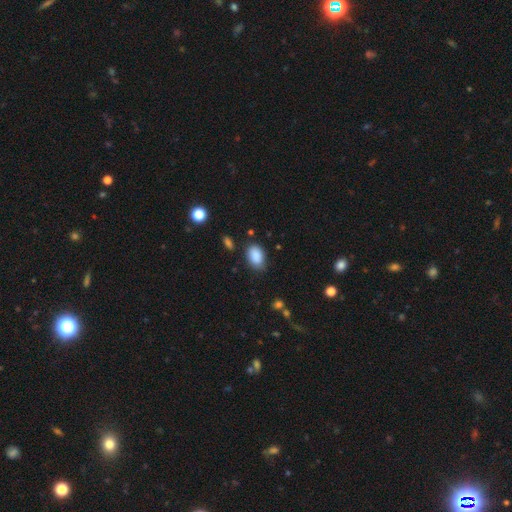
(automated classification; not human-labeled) smooth_or_featured: smooth (p=0.88) [alt: star or artifact p=0.08]
how_rounded: in between (p=0.87) [alt: round p=0.12]
merging: none (p=0.73) [alt: minor disturbance p=0.21]